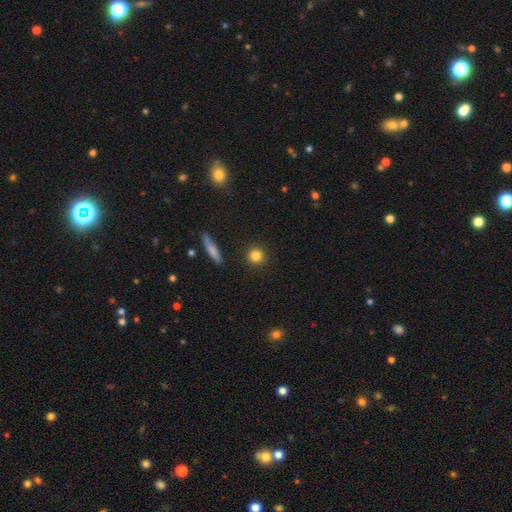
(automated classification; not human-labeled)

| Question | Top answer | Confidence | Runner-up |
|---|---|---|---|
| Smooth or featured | smooth | 84% | star or artifact (10%) |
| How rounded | round | 91% | in between (7%) |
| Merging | none | 91% | minor disturbance (5%) |